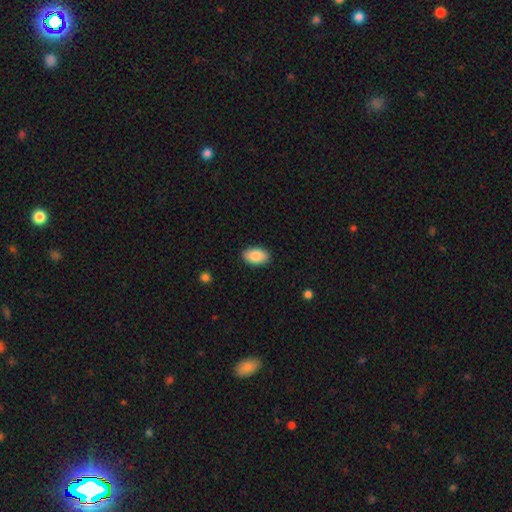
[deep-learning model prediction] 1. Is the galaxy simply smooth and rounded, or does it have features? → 88% smooth, 6% star or artifact, 5% featured or disk.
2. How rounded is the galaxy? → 92% in between, 6% round, 1% cigar-shaped.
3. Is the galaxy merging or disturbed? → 89% none, 8% minor disturbance, 2% major disturbance, 1% merger.